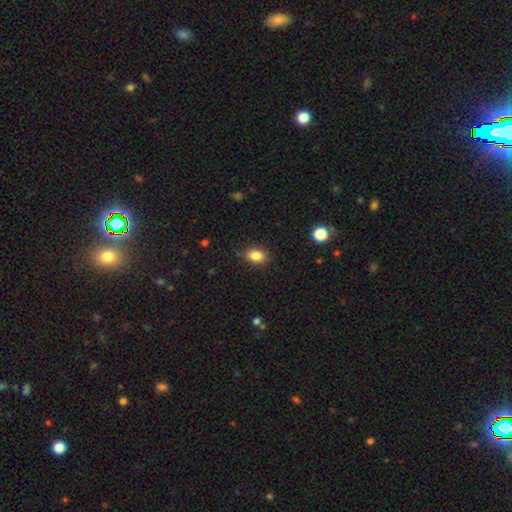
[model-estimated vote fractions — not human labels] The model was most divided on "how rounded": in between: 76%, round: 22%, cigar-shaped: 1%. More confident: smooth or featured — smooth (85%); merging — none (85%).